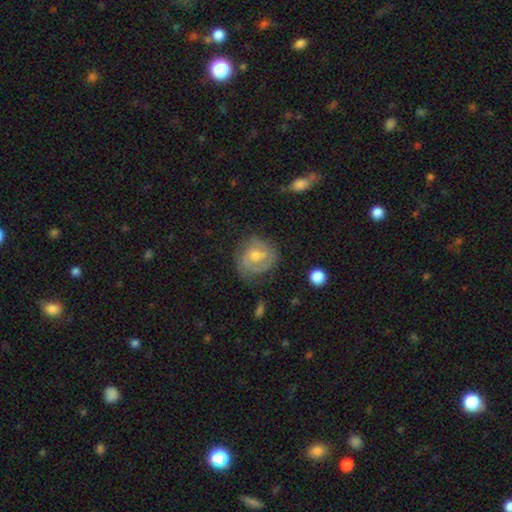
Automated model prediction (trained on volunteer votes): smooth_or_featured: featured or disk (p=0.67) [alt: smooth p=0.26]
disk_edge_on: no (p=0.97) [alt: yes p=0.03]
bar: no (p=0.57) [alt: weak p=0.37]
has_spiral_arms: yes (p=0.85) [alt: no p=0.15]
spiral_winding: tight (p=0.56) [alt: medium p=0.33]
spiral_arm_count: 2 (p=0.53) [alt: can't tell p=0.25]
bulge_size: moderate (p=0.64) [alt: small p=0.28]
merging: none (p=0.68) [alt: minor disturbance p=0.21]